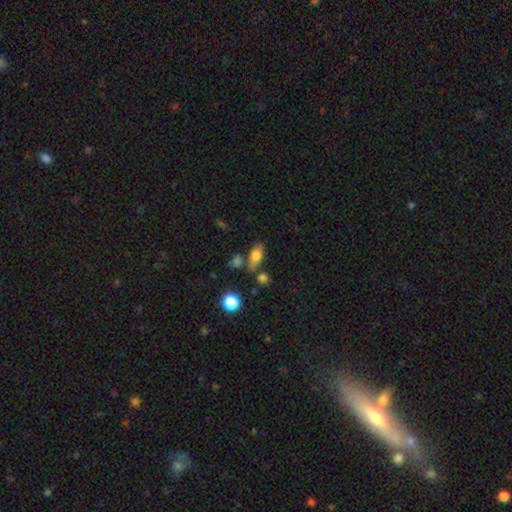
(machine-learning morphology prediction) Smooth or featured? Predicted: smooth (p=0.75). How rounded? Predicted: in between (p=0.80). Merging? Predicted: none (p=0.62).